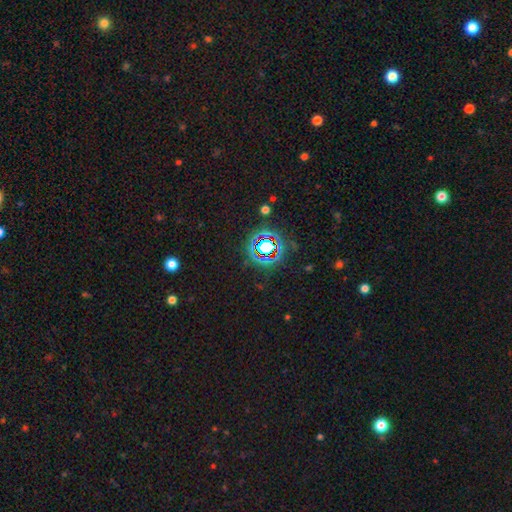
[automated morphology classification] smooth_or_featured: star or artifact (p=0.74) [alt: smooth p=0.15]